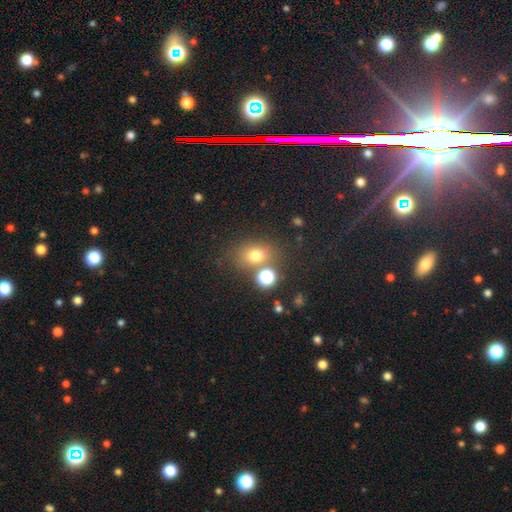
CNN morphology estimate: This is likely a smooth galaxy (70%). How rounded: possibly round (52%). Merging: likely none (66%).